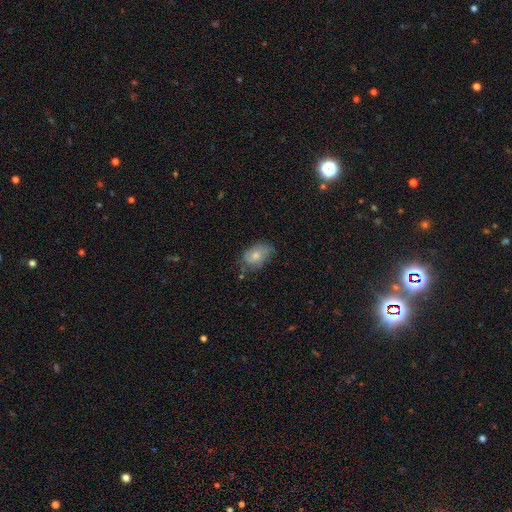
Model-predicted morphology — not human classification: A smooth galaxy with no disk features (59%) that is in between round and cigar-shaped (84%). Merging: none (54%).